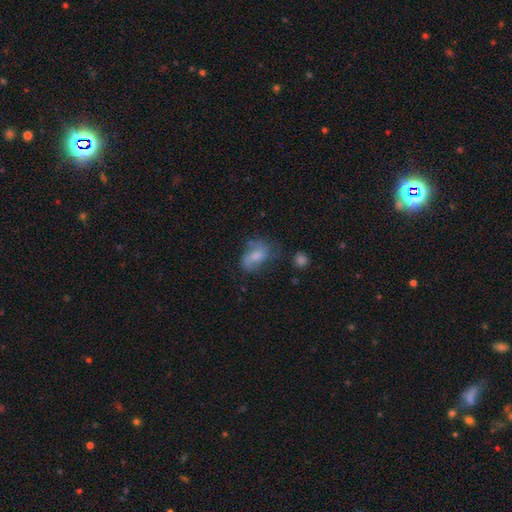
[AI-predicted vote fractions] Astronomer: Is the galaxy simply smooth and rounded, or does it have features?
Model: smooth — 53% (runner-up: featured or disk, 37%).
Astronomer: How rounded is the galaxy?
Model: in between — 84%.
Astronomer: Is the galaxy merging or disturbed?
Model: none — 43% (runner-up: minor disturbance, 28%).